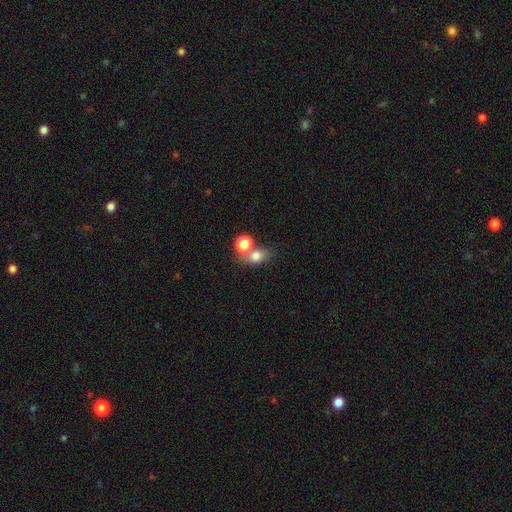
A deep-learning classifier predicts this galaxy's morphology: A smooth galaxy with no disk features (75%) that is in between round and cigar-shaped (52%). Merging: merger (44%).